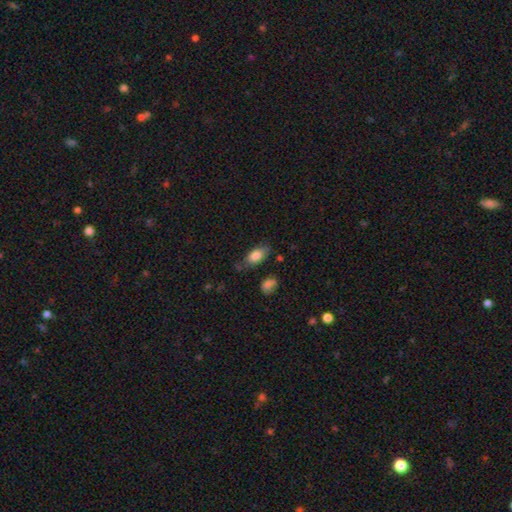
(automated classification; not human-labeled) A smooth galaxy with no disk features (82%) that is in between round and cigar-shaped (90%). Merging: none (69%).